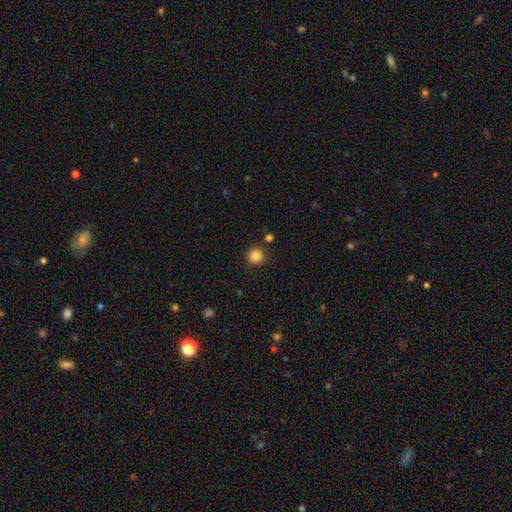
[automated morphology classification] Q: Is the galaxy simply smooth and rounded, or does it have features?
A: smooth — 85%.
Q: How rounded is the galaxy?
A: round — 95%.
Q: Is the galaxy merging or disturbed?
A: none — 89%.